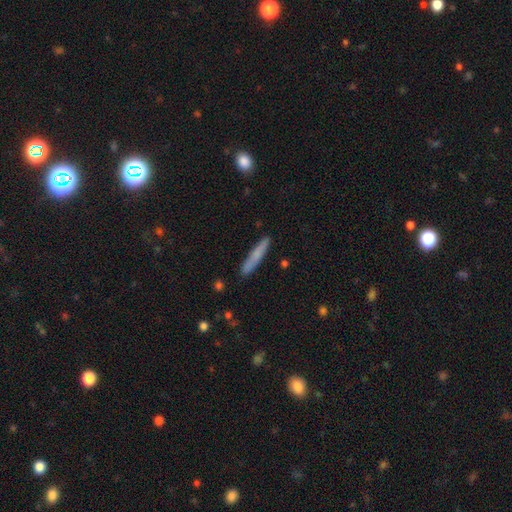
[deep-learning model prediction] Overall: smooth (71%). How rounded: cigar-shaped (95%). Merging: none (89%).